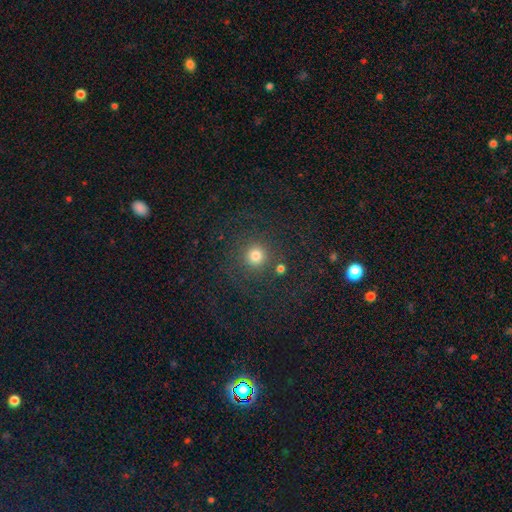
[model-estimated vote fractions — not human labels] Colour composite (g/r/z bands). It shows a smooth galaxy with no disk features (71%) that is round (93%). Merging: none (80%).